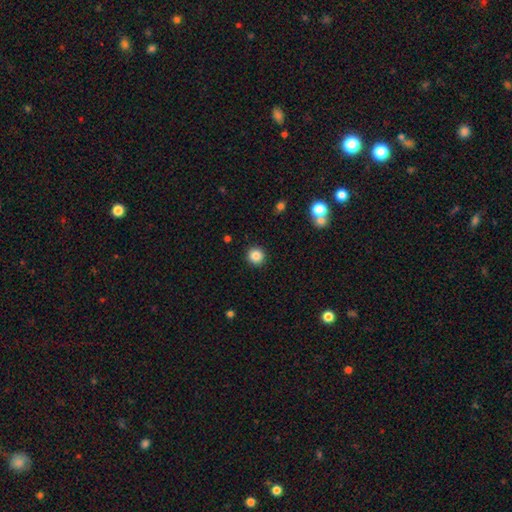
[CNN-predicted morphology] Smooth or featured?
  - smooth: 85% *
  - star or artifact: 10%
  - featured or disk: 4%
How rounded?
  - round: 95% *
  - in between: 4%
  - cigar-shaped: 1%
Merging?
  - none: 92% *
  - minor disturbance: 5%
  - major disturbance: 2%
  - merger: 1%